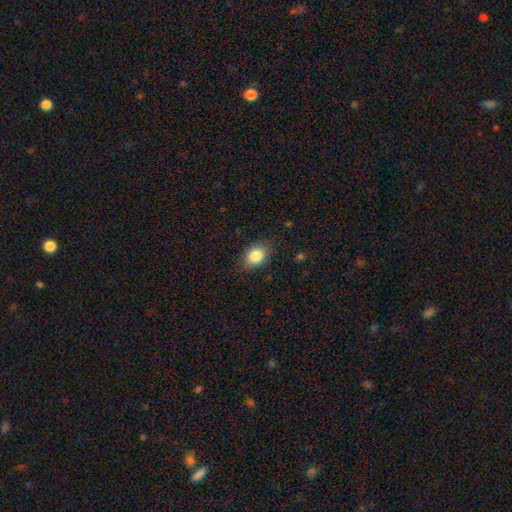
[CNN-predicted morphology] smooth_or_featured: smooth (p=0.83) [alt: star or artifact p=0.08]
how_rounded: in between (p=0.74) [alt: round p=0.24]
merging: none (p=0.82) [alt: minor disturbance p=0.14]